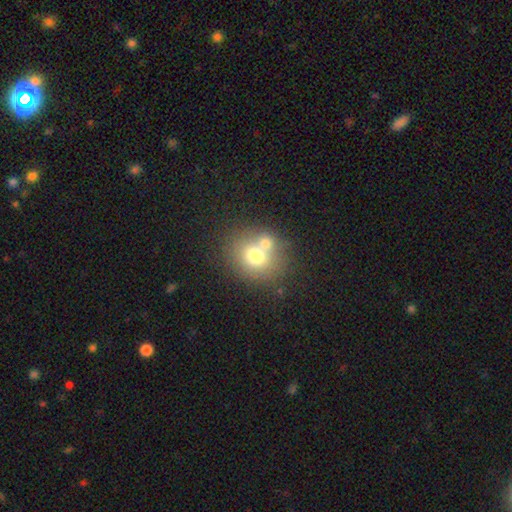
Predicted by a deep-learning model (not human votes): Morphology: type=smooth (69%); roundness=round (69%); merging=none (45%).